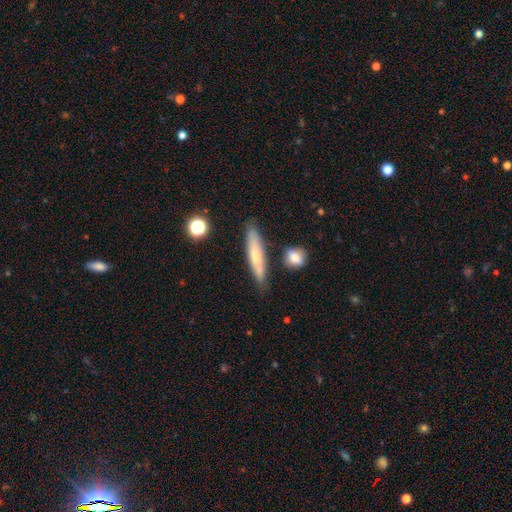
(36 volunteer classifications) A smooth galaxy with no disk features (67%) that is cigar-shaped (92%).

Vote fractions:
- Smooth or featured? smooth: 67% / featured or disk: 31% / star or artifact: 3%
- How rounded? cigar-shaped: 92% / round: 4% / in between: 4%
- Merging? none: 83% / minor disturbance: 17% / major disturbance: 0% / merger: 0%